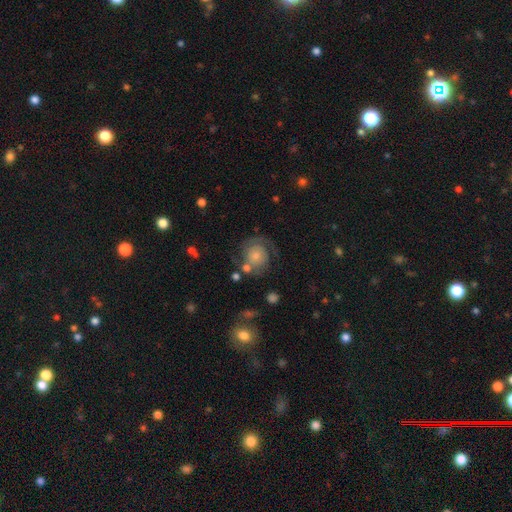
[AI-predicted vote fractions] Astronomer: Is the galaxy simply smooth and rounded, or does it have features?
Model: featured or disk — 65%.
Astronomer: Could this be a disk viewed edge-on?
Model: no — 98%.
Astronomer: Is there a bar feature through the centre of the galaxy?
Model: no — 79%.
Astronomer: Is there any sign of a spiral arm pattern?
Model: yes — 88%.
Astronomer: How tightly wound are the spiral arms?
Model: tight — 47% (runner-up: medium, 36%).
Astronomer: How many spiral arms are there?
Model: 2 — 64%.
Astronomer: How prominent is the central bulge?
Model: small — 45% (runner-up: moderate, 33%).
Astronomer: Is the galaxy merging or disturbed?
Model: none — 58%.